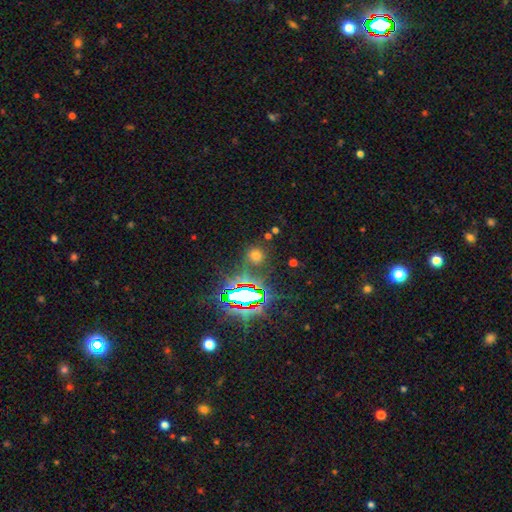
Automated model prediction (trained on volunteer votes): smooth 50%, star or artifact 42%, featured or disk 8%. Down the decision tree: how rounded — round (86%); merging — none (79%).